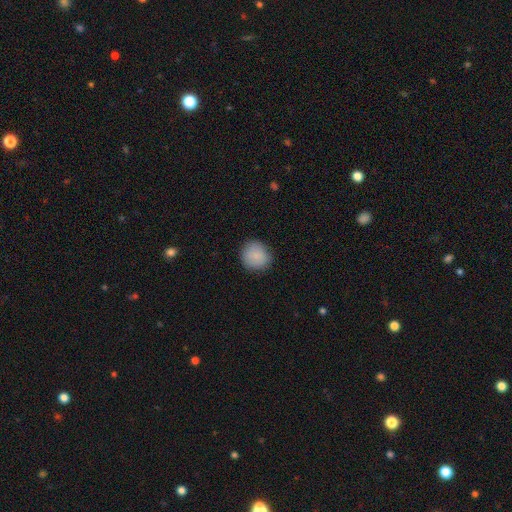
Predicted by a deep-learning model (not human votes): smooth 89%, star or artifact 7%, featured or disk 4%. Down the decision tree: how rounded — round (88%); merging — none (86%).